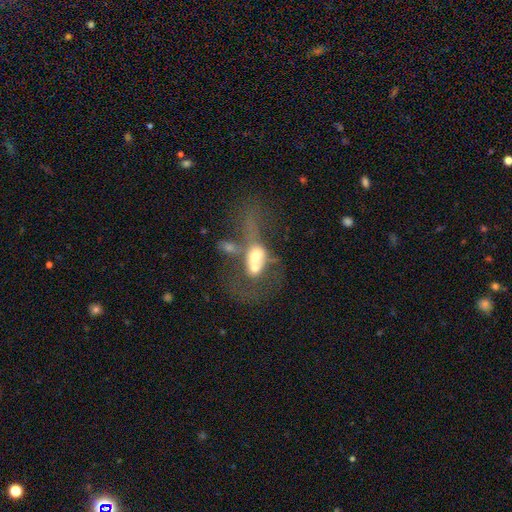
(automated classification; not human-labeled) This appears to be a featured or disk galaxy (52%). Merging: merger (67%).